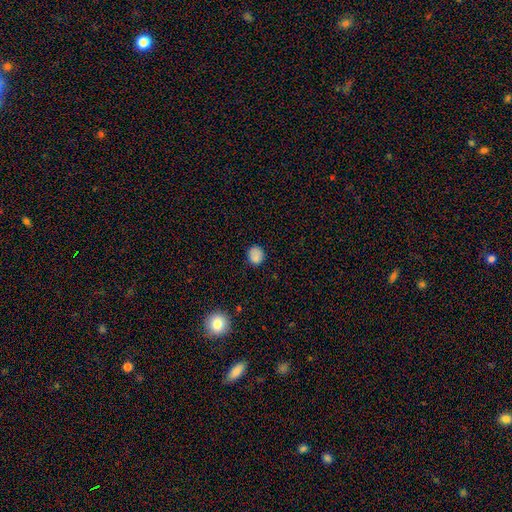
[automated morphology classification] A smooth galaxy with no disk features (83%) that is round (76%).

Vote fractions:
- Smooth or featured? smooth: 83% / star or artifact: 12% / featured or disk: 6%
- How rounded? round: 76% / in between: 23% / cigar-shaped: 1%
- Merging? none: 79% / minor disturbance: 16% / major disturbance: 3% / merger: 2%